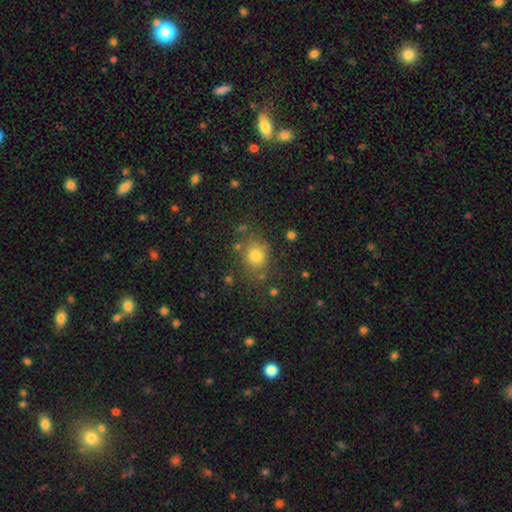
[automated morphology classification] A smooth galaxy with no disk features (78%) that is round (63%).

Vote fractions:
- Smooth or featured? smooth: 78% / star or artifact: 14% / featured or disk: 8%
- How rounded? round: 63% / in between: 36% / cigar-shaped: 1%
- Merging? none: 75% / minor disturbance: 14% / major disturbance: 6% / merger: 5%